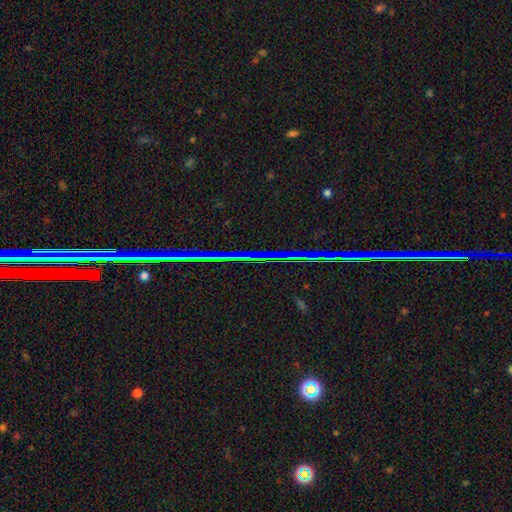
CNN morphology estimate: Smooth or featured?
  - star or artifact: 80% *
  - featured or disk: 11%
  - smooth: 9%